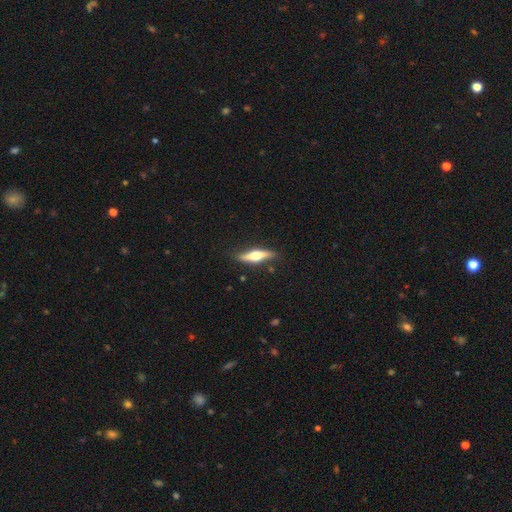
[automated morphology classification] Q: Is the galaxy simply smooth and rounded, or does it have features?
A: featured or disk — 57%.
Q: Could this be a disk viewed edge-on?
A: yes — 94%.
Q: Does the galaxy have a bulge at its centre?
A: rounded — 93%.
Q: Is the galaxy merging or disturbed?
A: none — 84%.